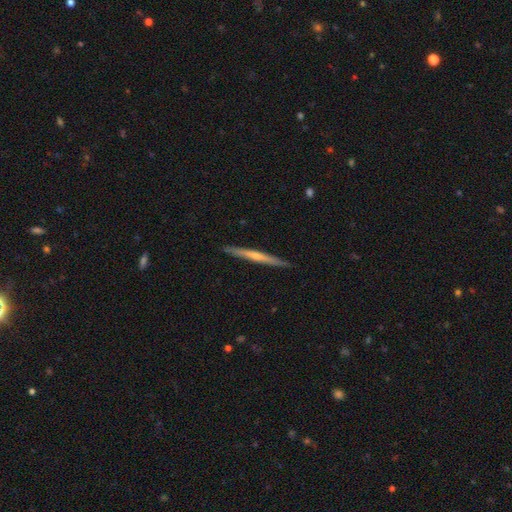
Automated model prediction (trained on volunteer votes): Smooth or featured: featured or disk — 71% (smooth — 22%)
Edge-on disk: yes — 98% (no — 2%)
Edge-on bulge: rounded — 68% (none — 25%)
Merging: none — 91% (minor disturbance — 6%)